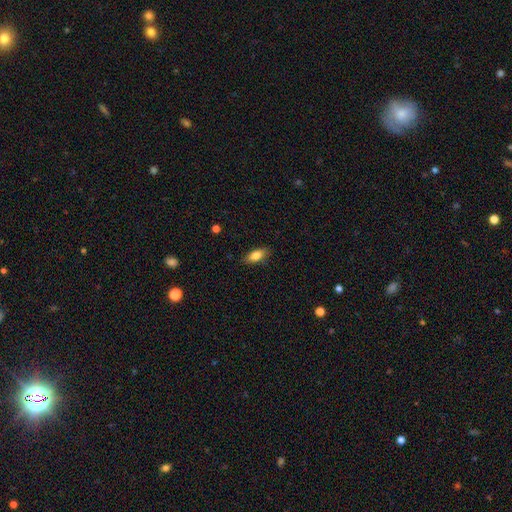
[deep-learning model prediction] This is clearly a smooth galaxy (80%). How rounded: clearly in between (81%). Merging: clearly none (86%).